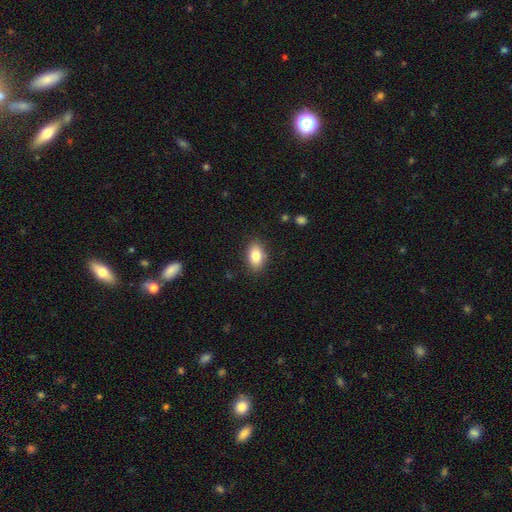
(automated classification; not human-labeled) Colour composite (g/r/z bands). It shows a smooth galaxy with no disk features (83%) that is in between round and cigar-shaped (86%). Merging: none (86%).